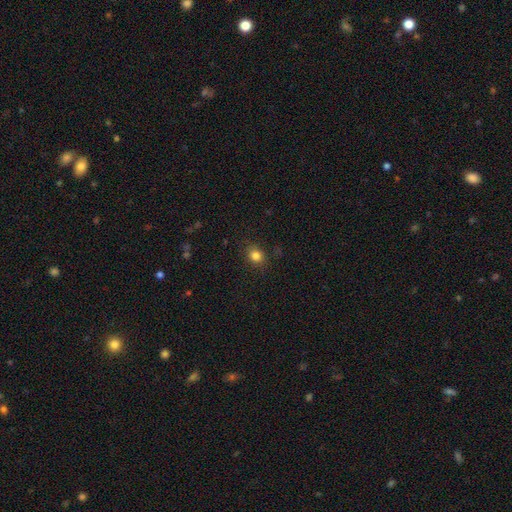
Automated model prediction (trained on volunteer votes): smooth-or-featured: smooth: 83% | star or artifact: 12% | featured or disk: 5%
  how-rounded: round: 62% | in between: 37% | cigar-shaped: 1%
  merging: none: 85% | minor disturbance: 11% | major disturbance: 3% | merger: 1%